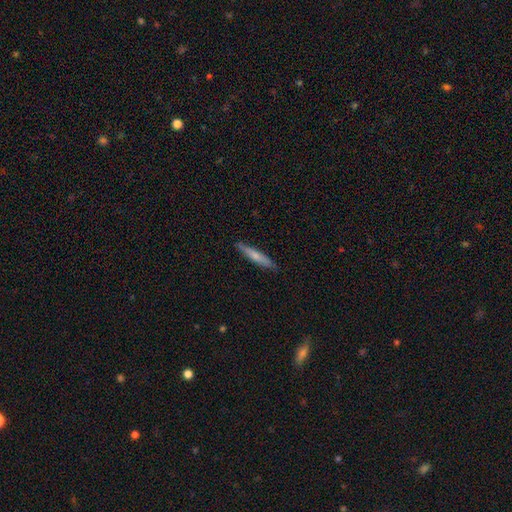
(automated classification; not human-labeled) Smooth or featured: smooth — 63% (featured or disk — 32%)
How rounded: cigar-shaped — 92% (in between — 6%)
Merging: none — 88% (minor disturbance — 9%)